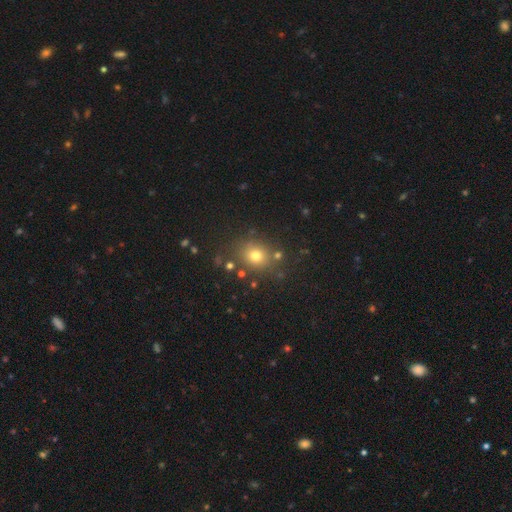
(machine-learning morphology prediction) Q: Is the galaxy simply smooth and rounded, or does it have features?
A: smooth — 72%.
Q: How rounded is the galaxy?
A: round — 69%.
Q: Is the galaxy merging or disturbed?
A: none — 80%.